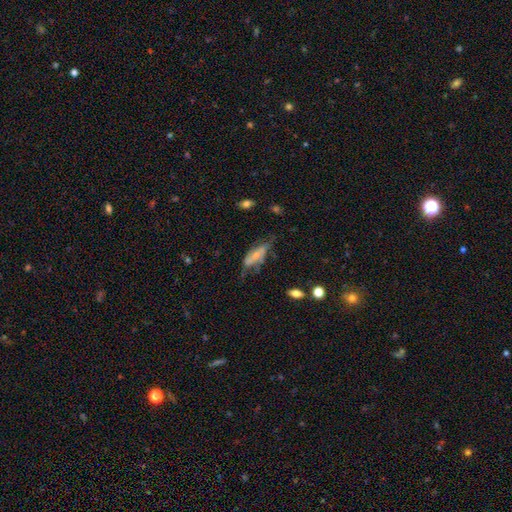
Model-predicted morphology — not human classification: smooth-or-featured: featured or disk: 49% | smooth: 43% | star or artifact: 8%
  merging: none: 41% | minor disturbance: 34% | major disturbance: 21% | merger: 4%